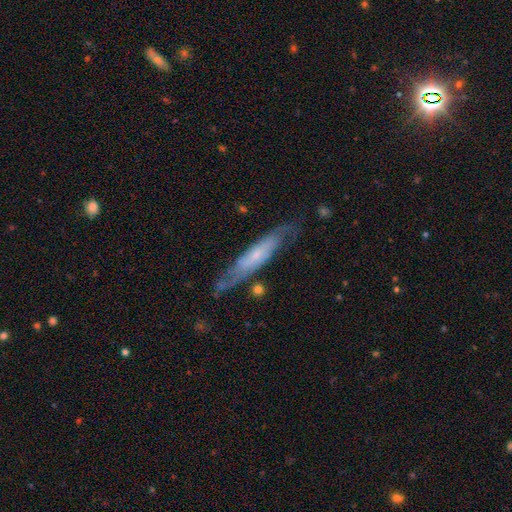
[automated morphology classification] Smooth or featured?
  - featured or disk: 65% *
  - smooth: 29%
  - star or artifact: 6%
Edge-on disk?
  - no: 51% *
  - yes: 49%
Merging?
  - none: 70% *
  - minor disturbance: 20%
  - major disturbance: 7%
  - merger: 3%